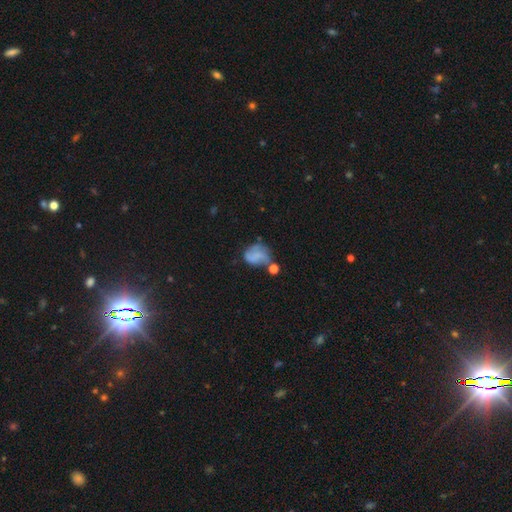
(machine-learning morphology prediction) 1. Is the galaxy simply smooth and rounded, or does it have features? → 46% featured or disk, 44% smooth, 10% star or artifact.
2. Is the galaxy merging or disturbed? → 37% none, 27% minor disturbance, 20% major disturbance, 16% merger.